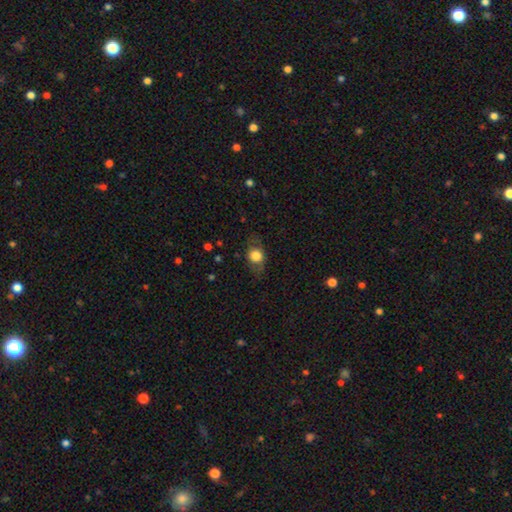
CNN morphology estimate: Overall: smooth (69%). How rounded: in between (52%; round 45%). Merging: none (74%).